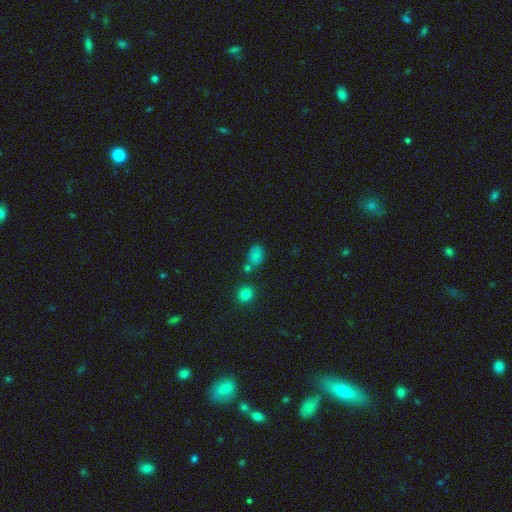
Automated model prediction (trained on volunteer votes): Q: Smooth or featured?
A: smooth (79%); runner-up: star or artifact (14%)
Q: How rounded?
A: in between (71%); runner-up: round (27%)
Q: Merging?
A: none (63%); runner-up: merger (16%)